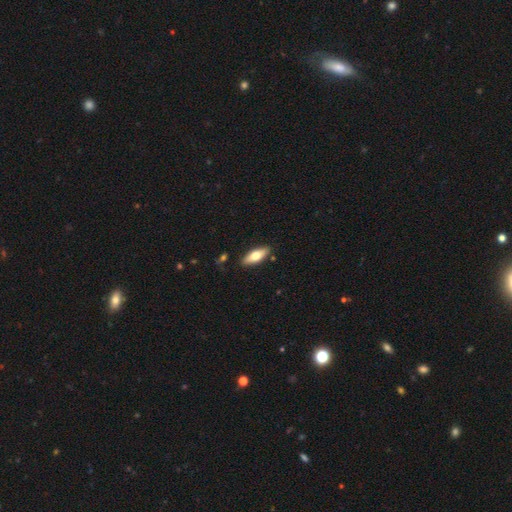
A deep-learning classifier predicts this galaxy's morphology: This is likely a smooth galaxy (66%). How rounded: likely in between (67%). Merging: clearly none (87%).